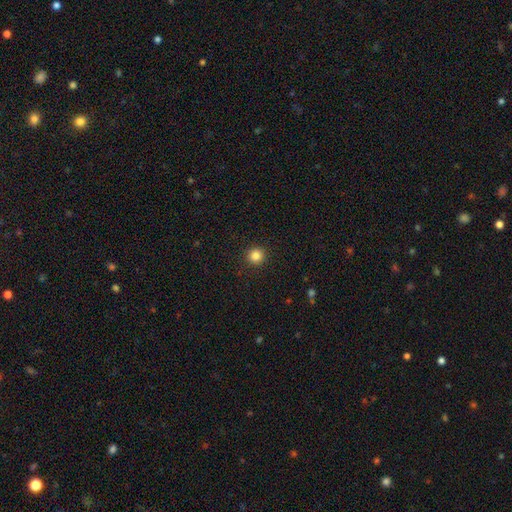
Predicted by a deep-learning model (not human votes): A smooth galaxy with no disk features (85%) that is round (95%).

Vote fractions:
- Smooth or featured? smooth: 85% / star or artifact: 11% / featured or disk: 4%
- How rounded? round: 95% / in between: 4% / cigar-shaped: 1%
- Merging? none: 93% / minor disturbance: 4% / major disturbance: 2% / merger: 1%